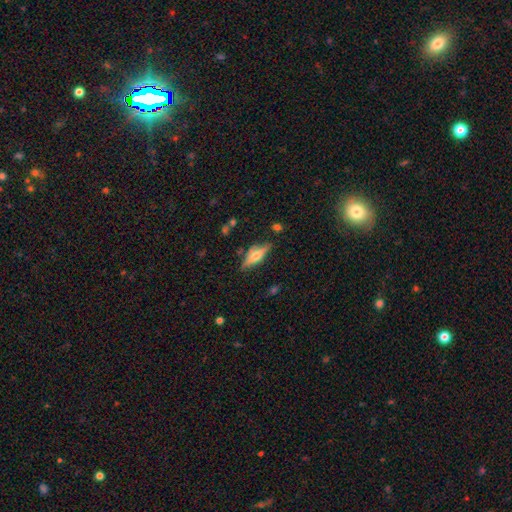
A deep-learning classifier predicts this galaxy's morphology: A featured or disk galaxy (54%) viewed edge-on (91%).

Vote fractions:
- Smooth or featured? featured or disk: 54% / smooth: 38% / star or artifact: 8%
- Edge-on disk? yes: 91% / no: 9%
- Merging? none: 77% / minor disturbance: 15% / major disturbance: 4% / merger: 4%